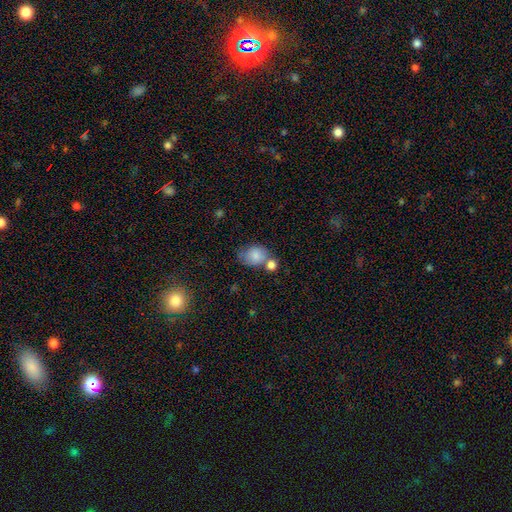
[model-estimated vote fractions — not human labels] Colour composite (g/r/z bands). It shows a smooth galaxy with no disk features (82%) that is in between round and cigar-shaped (51%). Merging: none (46%).